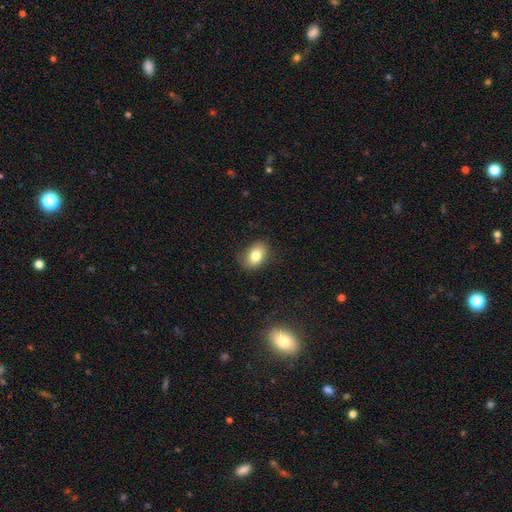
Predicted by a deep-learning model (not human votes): Smooth or featured? smooth (81%)
How rounded? in between (78%)
Merging? none (84%)